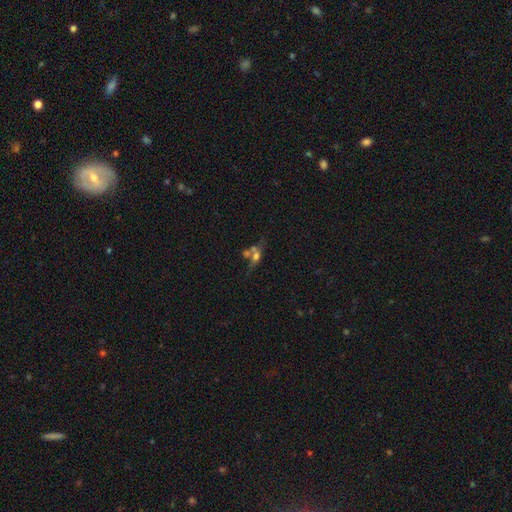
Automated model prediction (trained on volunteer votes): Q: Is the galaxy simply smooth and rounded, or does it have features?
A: star or artifact — 44%.